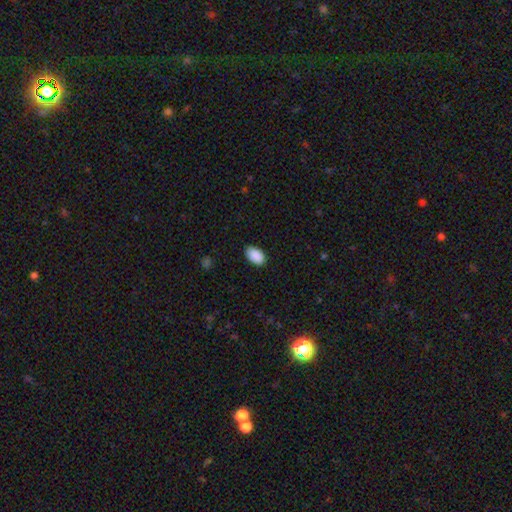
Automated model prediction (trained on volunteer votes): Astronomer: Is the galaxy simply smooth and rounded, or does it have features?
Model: smooth — 91%.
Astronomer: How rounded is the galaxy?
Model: in between — 93%.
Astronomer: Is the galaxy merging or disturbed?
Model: none — 87%.